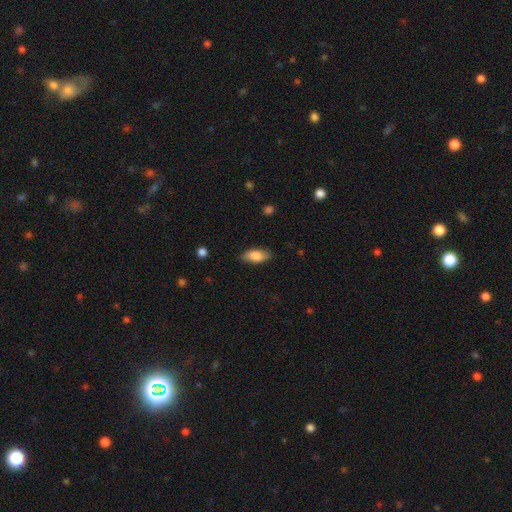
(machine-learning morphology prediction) This appears to be a smooth galaxy with no disk features (82%) that is in between round and cigar-shaped (87%). Merging: none (85%).